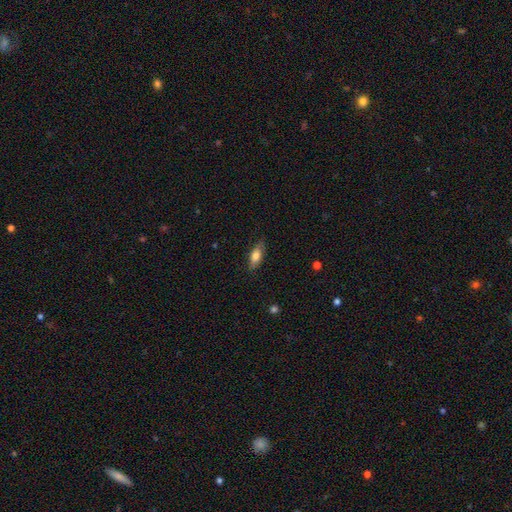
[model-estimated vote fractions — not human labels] This appears to be a smooth galaxy with no disk features (71%) that is in between round and cigar-shaped (73%). Merging: none (81%).